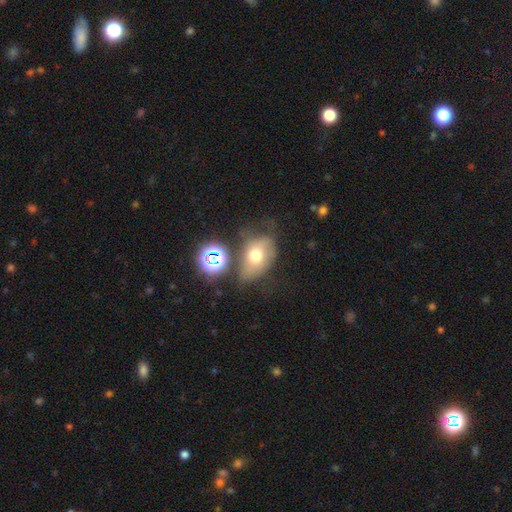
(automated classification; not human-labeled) Smooth or featured: smooth — 60% (featured or disk — 24%)
How rounded: in between — 77% (round — 21%)
Merging: none — 43% (minor disturbance — 29%)